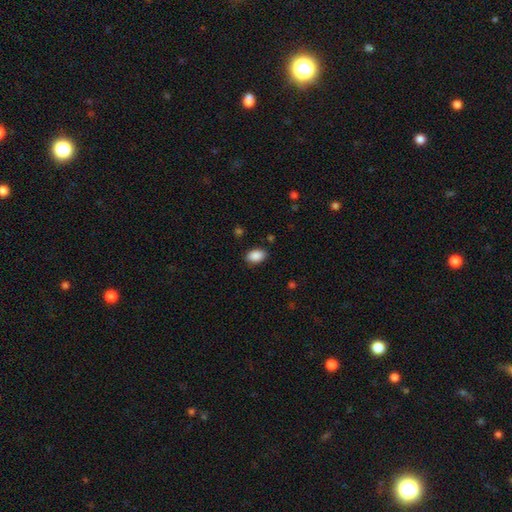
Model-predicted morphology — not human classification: type=smooth (89%); roundness=in between (89%); merging=none (86%).